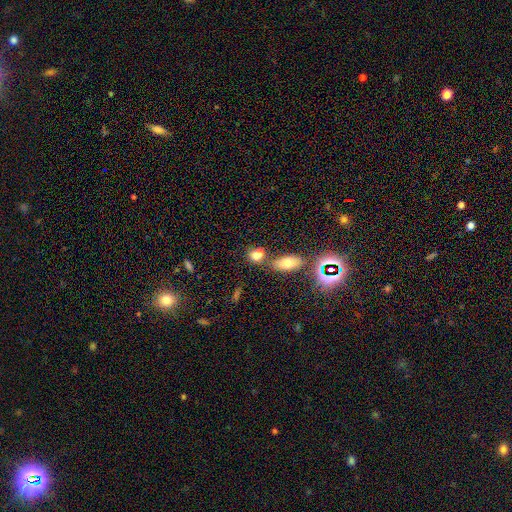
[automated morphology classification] Smooth or featured? smooth (72%)
How rounded? in between (51%)
Merging? none (43%)